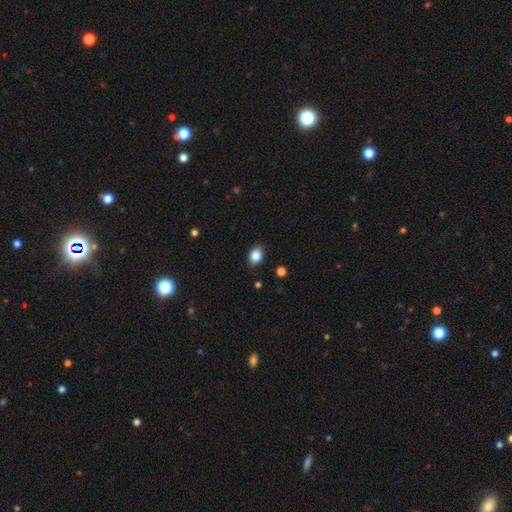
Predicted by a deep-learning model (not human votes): Smooth or featured: smooth — 87% (star or artifact — 9%)
How rounded: in between — 65% (round — 34%)
Merging: none — 86% (minor disturbance — 10%)